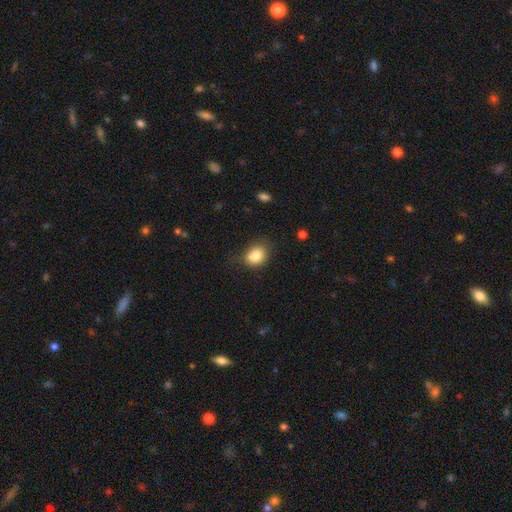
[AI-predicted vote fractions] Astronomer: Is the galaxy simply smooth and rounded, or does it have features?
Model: smooth — 83%.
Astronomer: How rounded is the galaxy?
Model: in between — 52% (runner-up: round, 47%).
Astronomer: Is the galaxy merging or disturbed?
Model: none — 65%.